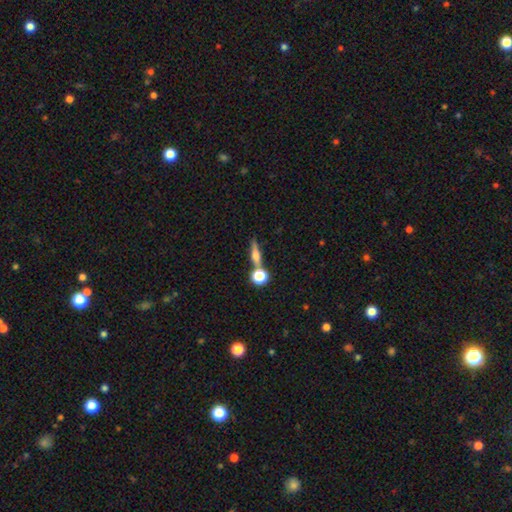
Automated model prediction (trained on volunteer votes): smooth_or_featured: featured or disk (p=0.45) [alt: smooth p=0.43]
merging: none (p=0.65) [alt: merger p=0.21]